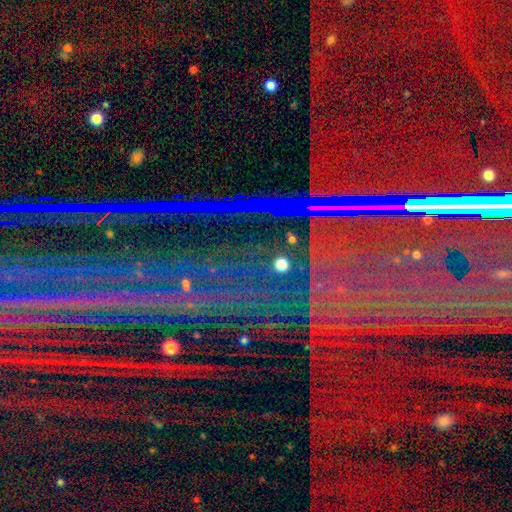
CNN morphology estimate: This appears to be a star or artifact, not a galaxy (87%).